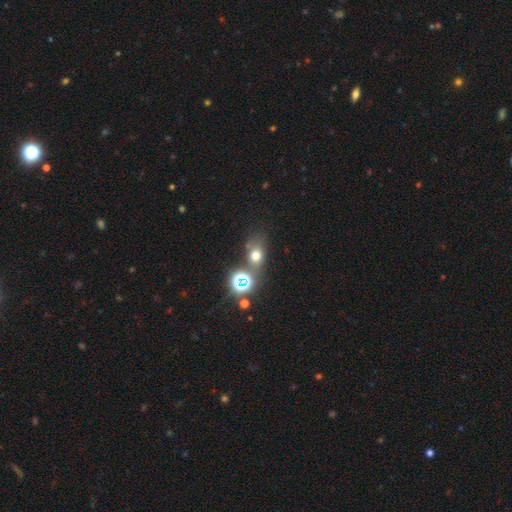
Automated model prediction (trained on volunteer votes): smooth_or_featured: smooth (p=0.61) [alt: star or artifact p=0.26]
how_rounded: round (p=0.52) [alt: in between p=0.46]
merging: none (p=0.55) [alt: merger p=0.20]